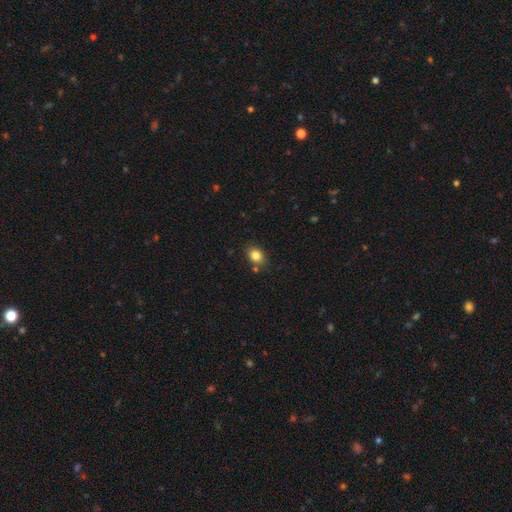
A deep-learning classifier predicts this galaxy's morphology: Q: Smooth or featured?
A: smooth (83%); runner-up: star or artifact (10%)
Q: How rounded?
A: in between (64%); runner-up: round (34%)
Q: Merging?
A: none (79%); runner-up: minor disturbance (12%)